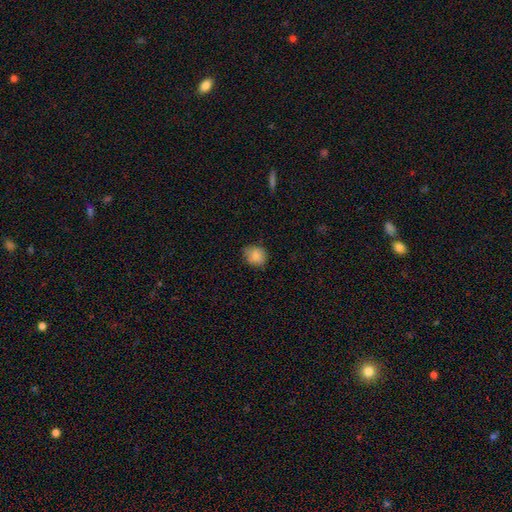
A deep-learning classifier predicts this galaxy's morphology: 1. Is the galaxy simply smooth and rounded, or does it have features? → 84% smooth, 9% star or artifact, 8% featured or disk.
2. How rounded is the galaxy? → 67% round, 32% in between, 1% cigar-shaped.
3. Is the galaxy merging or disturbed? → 72% none, 23% minor disturbance, 4% major disturbance, 1% merger.